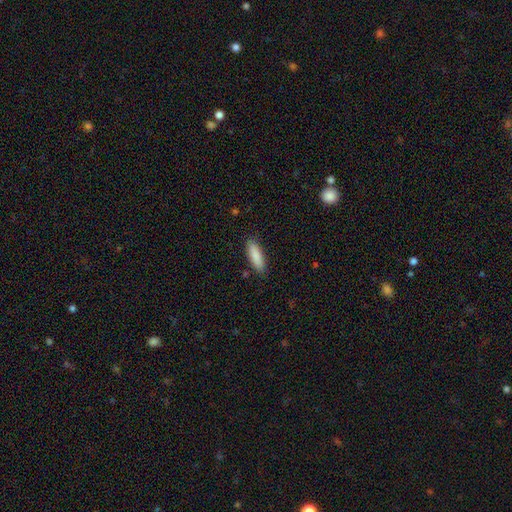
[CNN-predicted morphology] Smooth or featured? Predicted: smooth (p=0.88). How rounded? Predicted: cigar-shaped (p=0.52). Merging? Predicted: none (p=0.87).